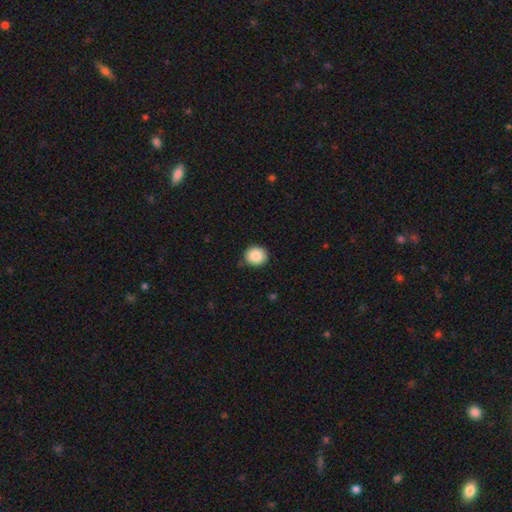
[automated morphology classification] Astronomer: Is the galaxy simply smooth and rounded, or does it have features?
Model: smooth — 88%.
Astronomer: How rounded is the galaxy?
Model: round — 86%.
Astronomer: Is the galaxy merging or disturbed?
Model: none — 86%.